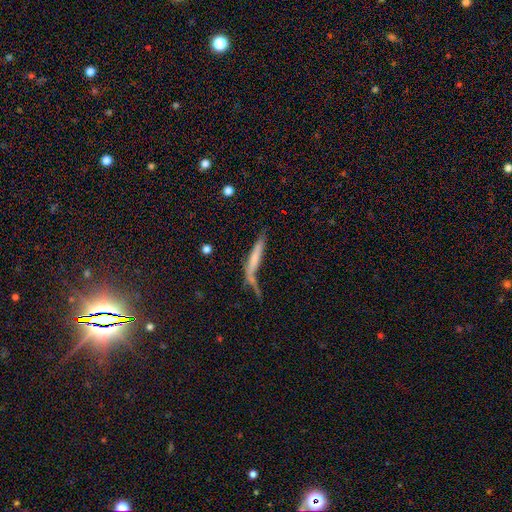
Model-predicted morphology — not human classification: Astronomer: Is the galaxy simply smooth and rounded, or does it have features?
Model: smooth — 50% (runner-up: featured or disk, 38%).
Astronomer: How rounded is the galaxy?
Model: cigar-shaped — 90%.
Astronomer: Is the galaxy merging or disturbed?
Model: none — 39% (runner-up: minor disturbance, 23%).